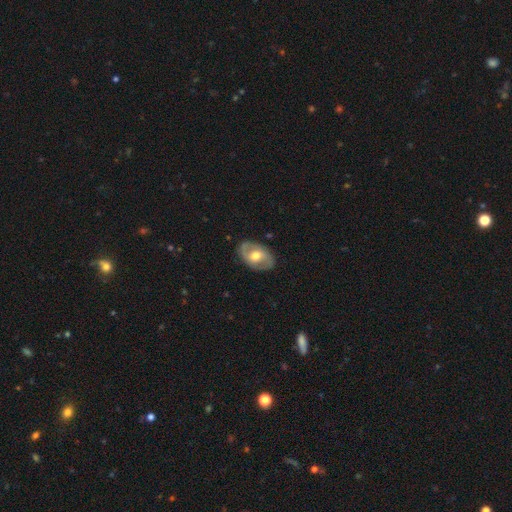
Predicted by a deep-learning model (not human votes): Q: Smooth or featured?
A: featured or disk (64%); runner-up: smooth (31%)
Q: Edge-on disk?
A: no (94%); runner-up: yes (6%)
Q: Bar?
A: no (49%); runner-up: weak (37%)
Q: Spiral arms?
A: yes (65%); runner-up: no (35%)
Q: Bulge size?
A: moderate (74%); runner-up: large (13%)
Q: Merging?
A: none (82%); runner-up: minor disturbance (13%)